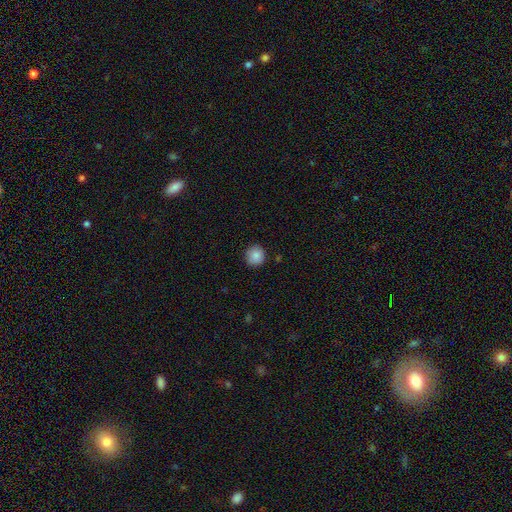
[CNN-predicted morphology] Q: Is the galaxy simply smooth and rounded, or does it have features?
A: smooth — 86%.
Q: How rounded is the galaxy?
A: round — 89%.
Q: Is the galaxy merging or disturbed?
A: none — 89%.